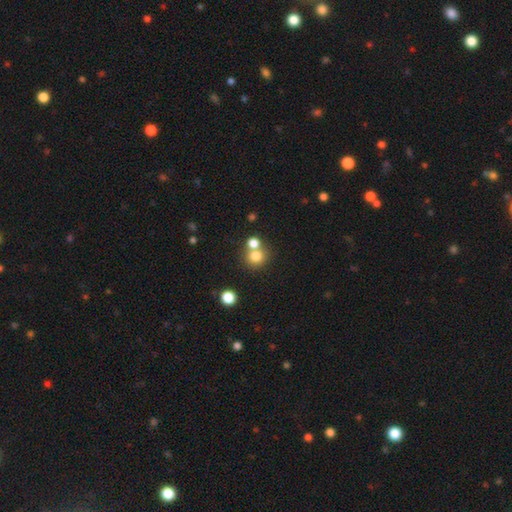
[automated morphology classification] Smooth or featured? smooth (77%)
How rounded? round (86%)
Merging? none (56%)